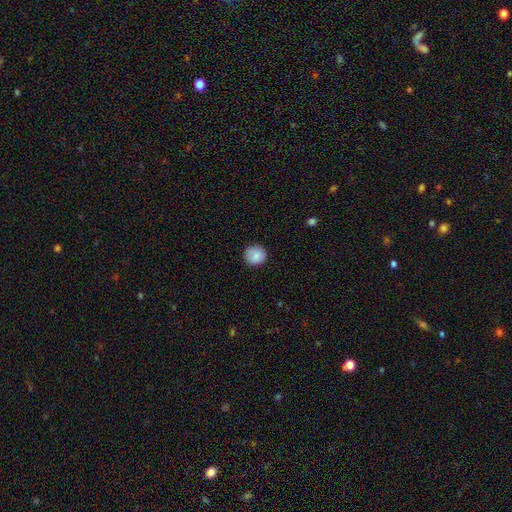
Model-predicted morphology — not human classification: This appears to be a smooth galaxy with no disk features (86%) that is round (91%). Merging: none (87%).